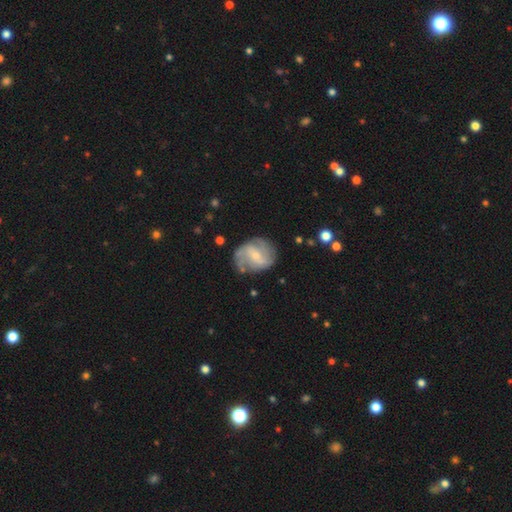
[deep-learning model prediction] smooth_or_featured: featured or disk (p=0.72) [alt: smooth p=0.21]
disk_edge_on: no (p=0.98) [alt: yes p=0.02]
bar: weak (p=0.47) [alt: no p=0.39]
has_spiral_arms: yes (p=0.87) [alt: no p=0.13]
spiral_winding: medium (p=0.43) [alt: loose p=0.32]
spiral_arm_count: 2 (p=0.40) [alt: can't tell p=0.26]
bulge_size: small (p=0.66) [alt: moderate p=0.27]
merging: none (p=0.66) [alt: minor disturbance p=0.20]